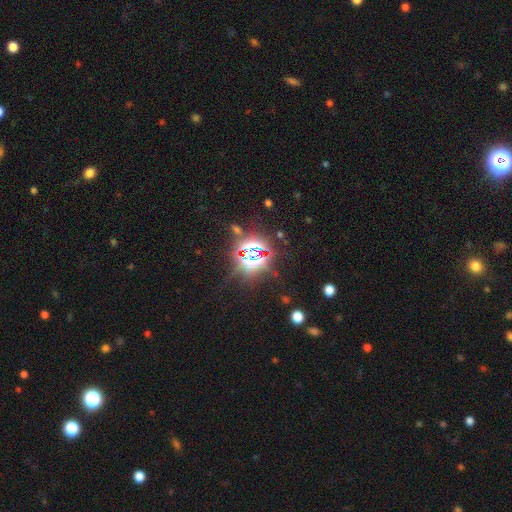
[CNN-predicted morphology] Smooth or featured?
  - star or artifact: 80% *
  - smooth: 11%
  - featured or disk: 8%